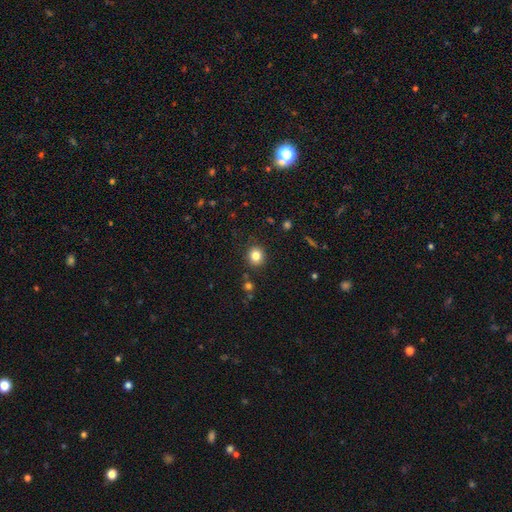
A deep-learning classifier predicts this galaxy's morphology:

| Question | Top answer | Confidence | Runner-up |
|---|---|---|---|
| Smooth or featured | smooth | 82% | star or artifact (12%) |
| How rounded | round | 82% | in between (17%) |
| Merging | none | 88% | minor disturbance (8%) |